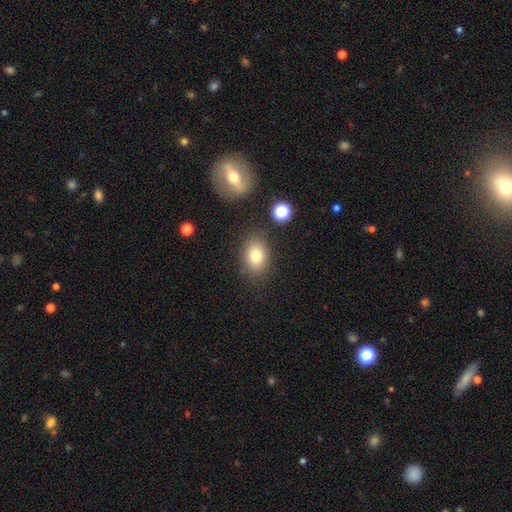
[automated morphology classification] smooth_or_featured: smooth (p=0.80) [alt: star or artifact p=0.10]
how_rounded: in between (p=0.76) [alt: round p=0.23]
merging: none (p=0.79) [alt: minor disturbance p=0.12]